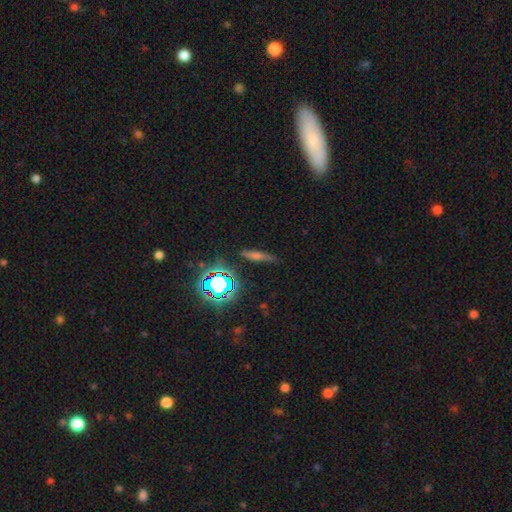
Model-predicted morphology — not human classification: This appears to be a smooth galaxy with no disk features (48%). Merging: none (83%).